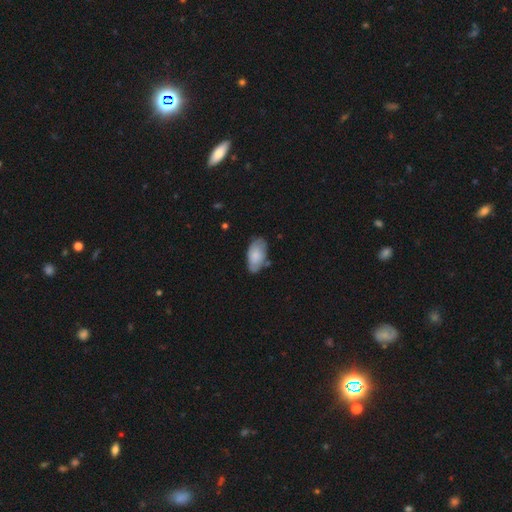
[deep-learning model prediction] smooth_or_featured: smooth (p=0.73) [alt: featured or disk p=0.21]
how_rounded: in between (p=0.95) [alt: round p=0.03]
merging: none (p=0.68) [alt: minor disturbance p=0.23]